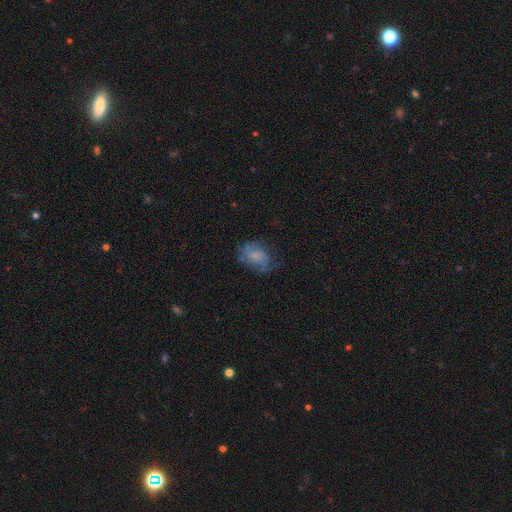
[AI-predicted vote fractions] Morphology: type=smooth (58%); roundness=in between (78%); merging=none (53%).